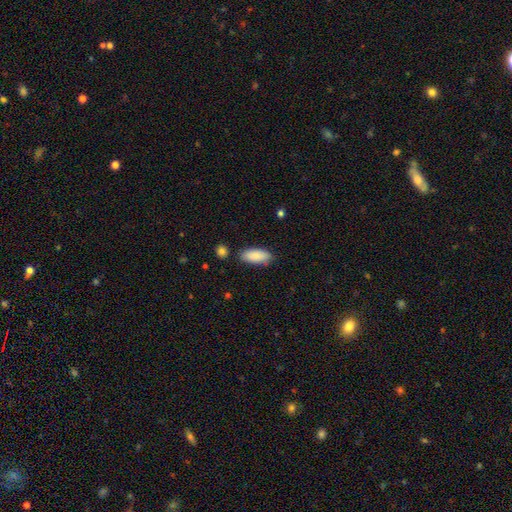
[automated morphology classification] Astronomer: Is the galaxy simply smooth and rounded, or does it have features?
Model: smooth — 87%.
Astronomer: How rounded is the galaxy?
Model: in between — 84%.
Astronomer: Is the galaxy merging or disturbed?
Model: none — 82%.